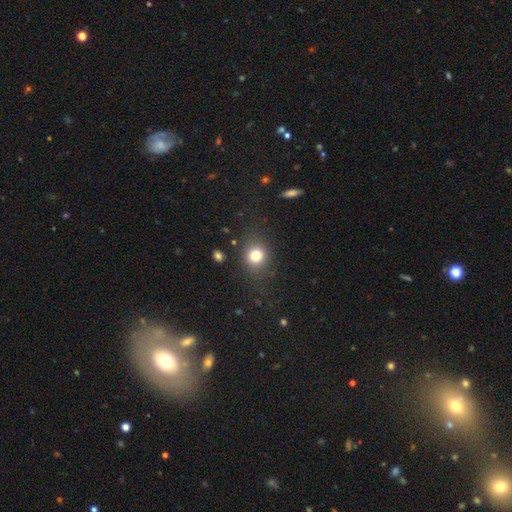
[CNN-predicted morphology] A smooth galaxy with no disk features (79%) that is round (73%). Merging: none (80%).